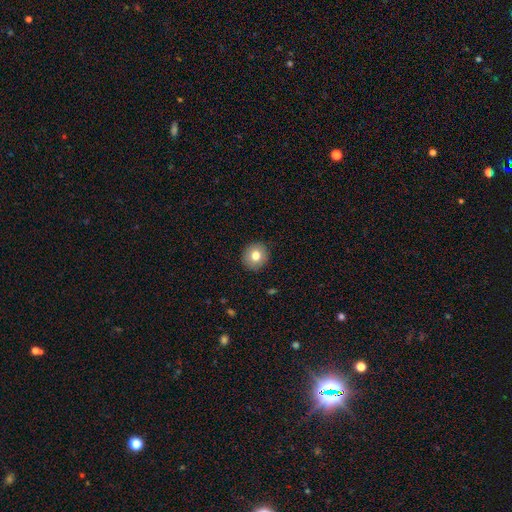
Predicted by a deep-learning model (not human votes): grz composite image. It shows a smooth galaxy with no disk features (79%) that is round (90%). Merging: none (91%).